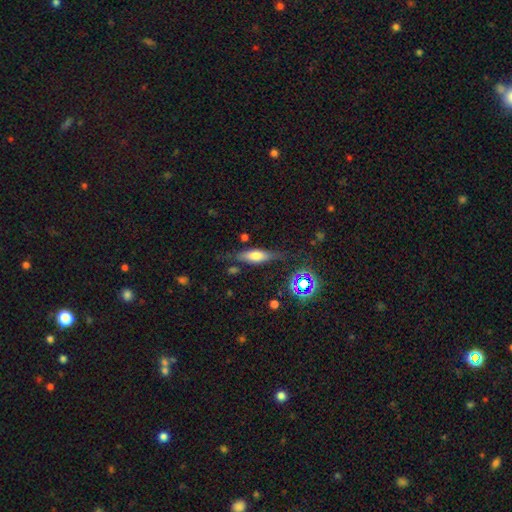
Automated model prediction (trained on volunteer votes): This is possibly a smooth galaxy (55%). How rounded: possibly in between (49%). Merging: likely none (70%).